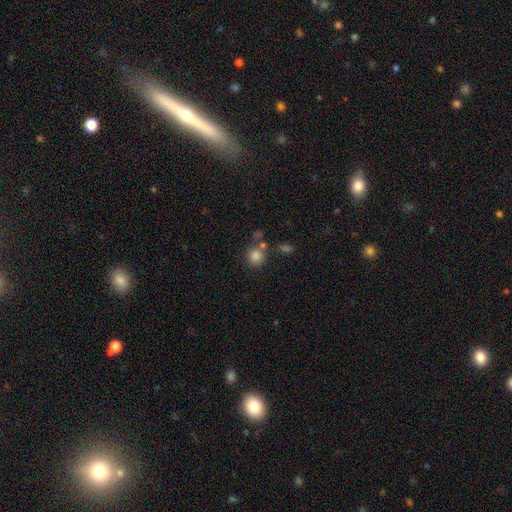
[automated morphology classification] A smooth galaxy with no disk features (83%) that is round (88%). Merging: none (66%).